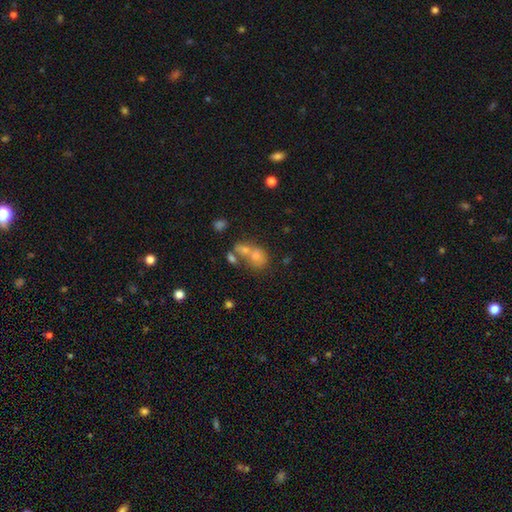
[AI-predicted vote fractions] Smooth or featured: smooth — 59% (featured or disk — 20%)
How rounded: round — 52% (in between — 46%)
Merging: merger — 51% (none — 33%)